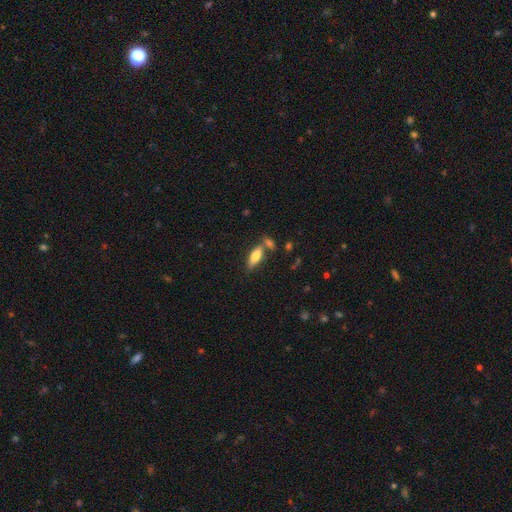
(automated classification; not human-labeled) Overall: smooth (71%). How rounded: in between (66%; cigar-shaped 31%). Merging: none (63%).